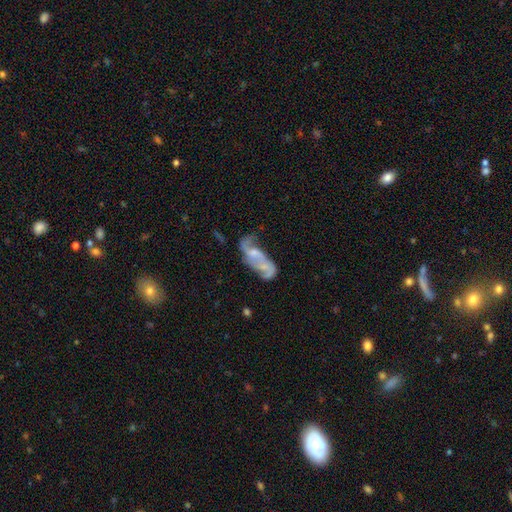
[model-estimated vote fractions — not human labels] smooth-or-featured: featured or disk: 72% | smooth: 19% | star or artifact: 8%
  disk-edge-on: no: 93% | yes: 7%
    bar: no: 60% | weak: 31% | strong: 9%
    has-spiral-arms: yes: 74% | no: 26%
    bulge-size: small: 51% | moderate: 30% | none: 16% | large: 2% | dominant: 1%
  merging: none: 34% | major disturbance: 29% | minor disturbance: 22% | merger: 15%